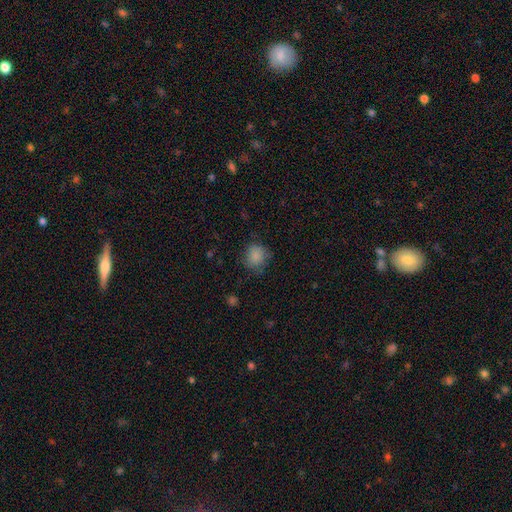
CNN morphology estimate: Smooth or featured? smooth (84%)
How rounded? round (81%)
Merging? none (69%)